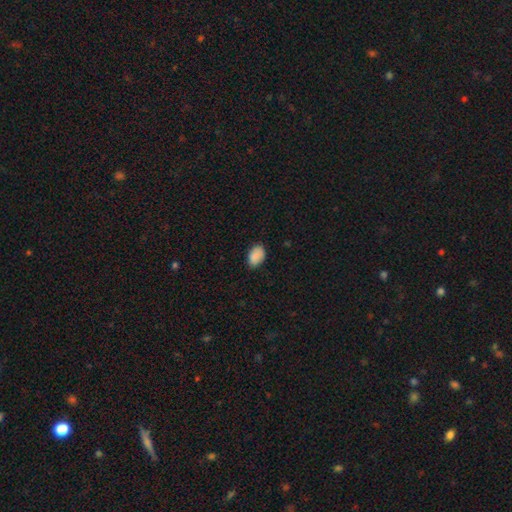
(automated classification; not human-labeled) Smooth or featured: smooth — 89% (star or artifact — 7%)
How rounded: in between — 89% (round — 10%)
Merging: none — 80% (minor disturbance — 16%)